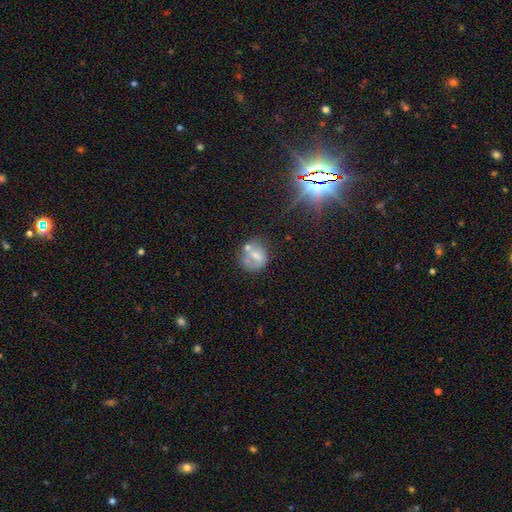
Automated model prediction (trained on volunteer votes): Overall: smooth (55%; featured or disk 32%). How rounded: round (74%). Merging: none (48%; minor disturbance 21%).